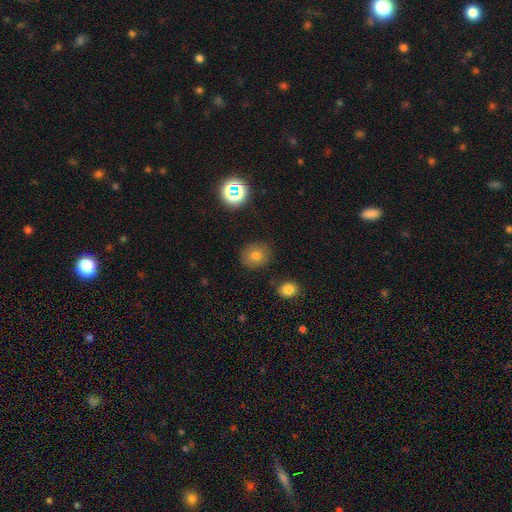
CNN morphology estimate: A smooth galaxy with no disk features (77%) that is round (83%). Merging: none (85%).